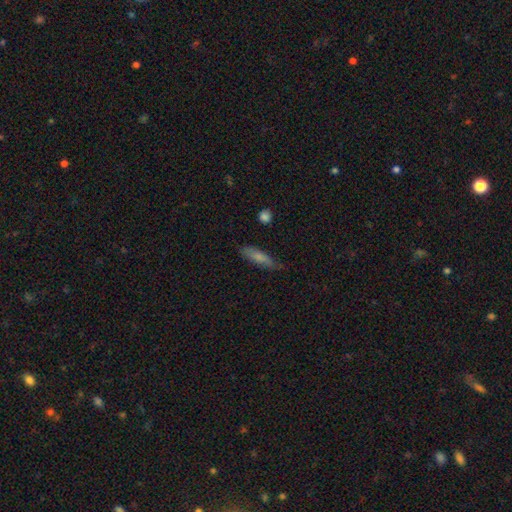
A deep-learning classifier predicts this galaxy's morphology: Smooth or featured?
  - smooth: 61% *
  - featured or disk: 28%
  - star or artifact: 11%
How rounded?
  - cigar-shaped: 71% *
  - in between: 26%
  - round: 3%
Merging?
  - none: 78% *
  - minor disturbance: 17%
  - major disturbance: 3%
  - merger: 2%